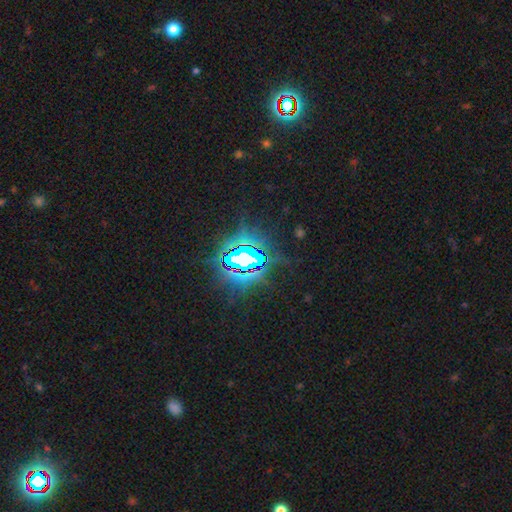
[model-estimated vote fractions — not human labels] Smooth or featured? star or artifact (84%)